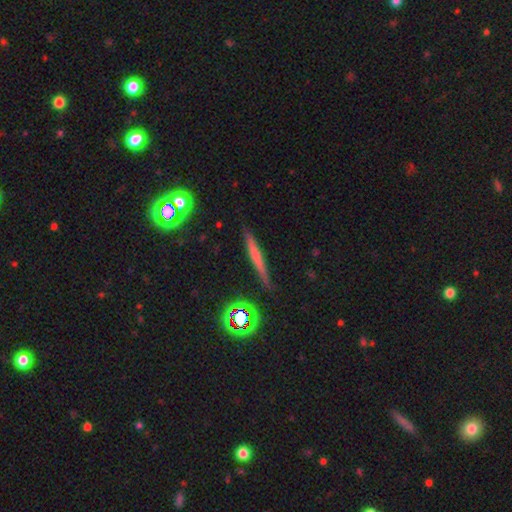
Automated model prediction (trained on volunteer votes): smooth 51%, featured or disk 36%, star or artifact 13%. Down the decision tree: how rounded — cigar-shaped (92%); merging — none (87%).